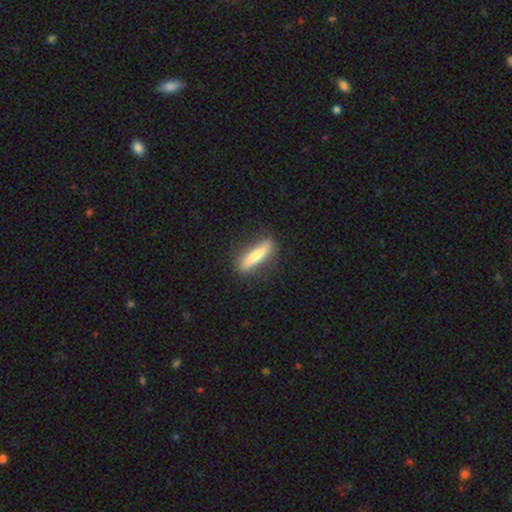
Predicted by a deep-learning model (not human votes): This appears to be a smooth galaxy with no disk features (58%) that is cigar-shaped (84%). Merging: none (84%).